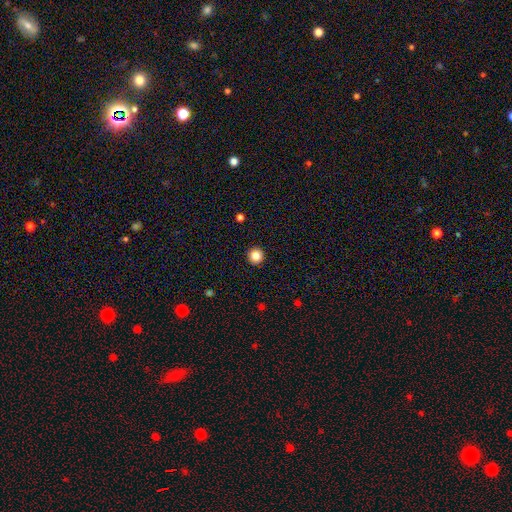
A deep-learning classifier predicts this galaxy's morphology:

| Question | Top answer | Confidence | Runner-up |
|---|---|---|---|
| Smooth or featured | smooth | 84% | star or artifact (11%) |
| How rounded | round | 96% | in between (3%) |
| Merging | none | 94% | minor disturbance (4%) |